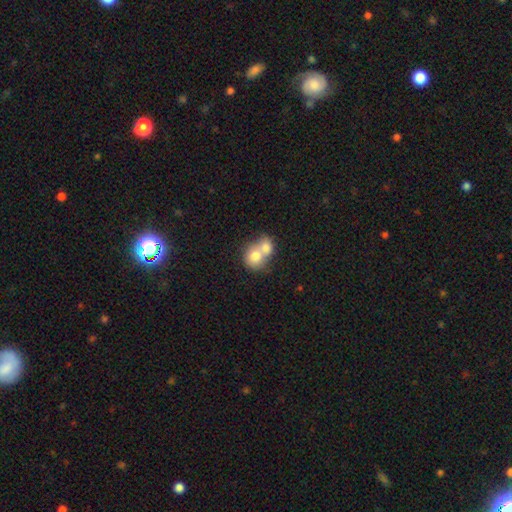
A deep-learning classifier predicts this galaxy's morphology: Smooth or featured: smooth — 73% (featured or disk — 19%)
How rounded: round — 65% (in between — 34%)
Merging: merger — 74% (none — 18%)